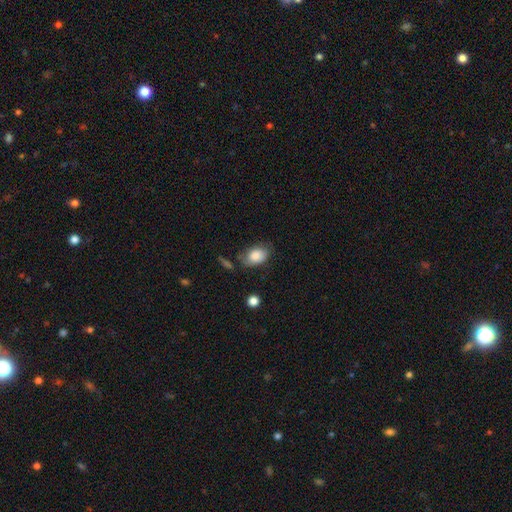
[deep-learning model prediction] Smooth or featured? smooth (81%)
How rounded? in between (84%)
Merging? none (61%)